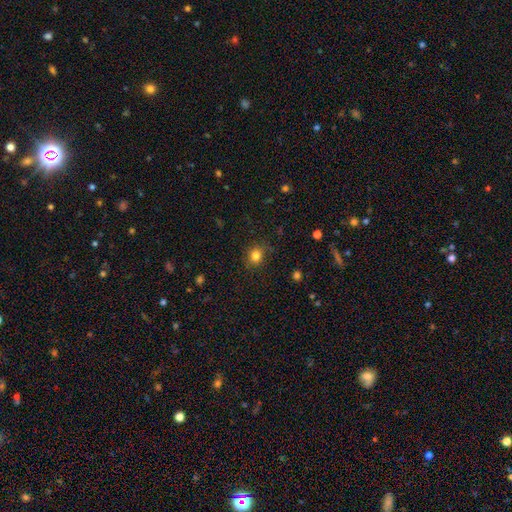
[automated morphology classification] This appears to be a smooth galaxy with no disk features (82%) that is round (75%). Merging: none (82%).